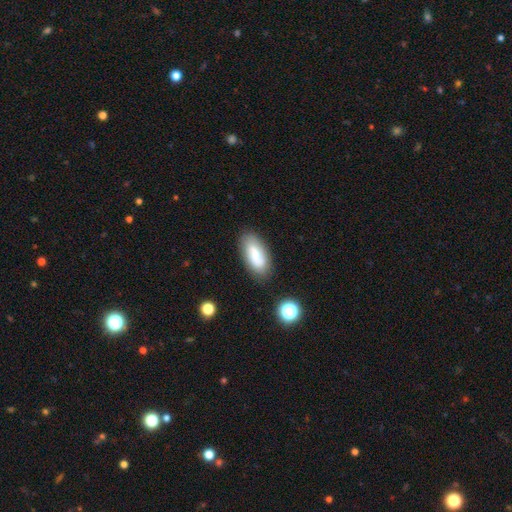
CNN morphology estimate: Smooth or featured? Predicted: smooth (p=0.68). How rounded? Predicted: in between (p=0.86). Merging? Predicted: none (p=0.81).